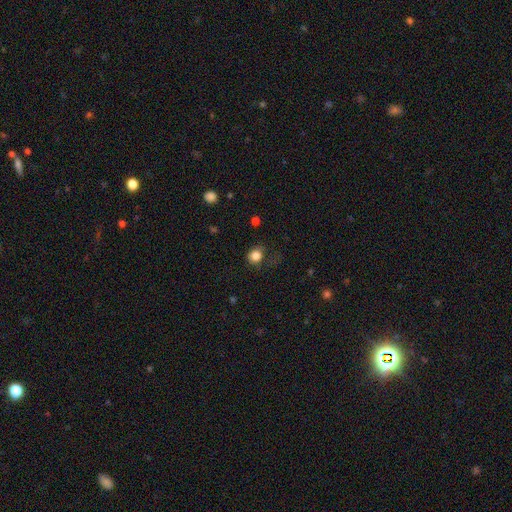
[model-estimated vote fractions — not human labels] Morphology: type=smooth (82%); roundness=round (76%); merging=none (62%).